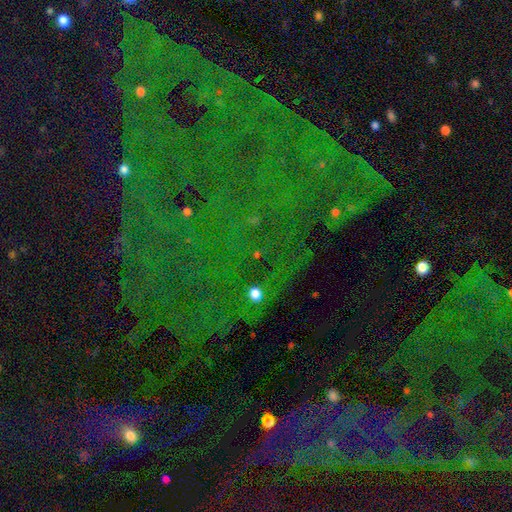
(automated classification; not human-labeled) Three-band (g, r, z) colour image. It shows a star or artifact, not a galaxy (79%).